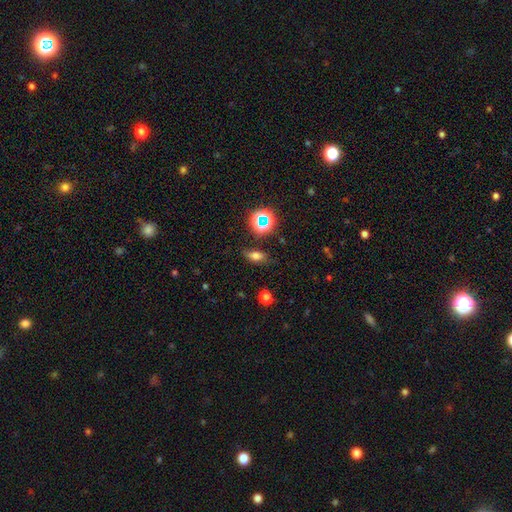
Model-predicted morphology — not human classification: type=smooth (67%); roundness=in between (75%); merging=none (74%).